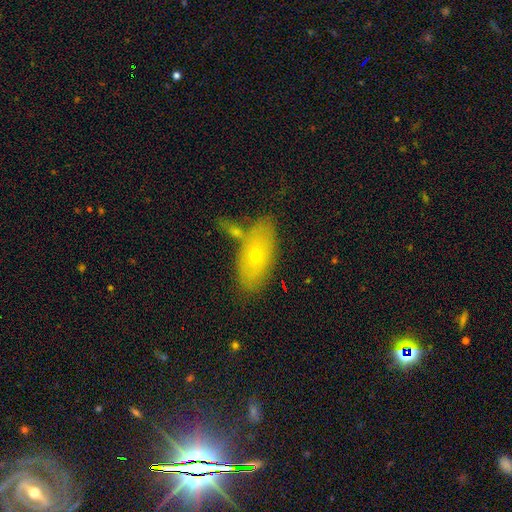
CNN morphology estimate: Overall: smooth (61%; featured or disk 31%). How rounded: in between (87%). Merging: none (65%).